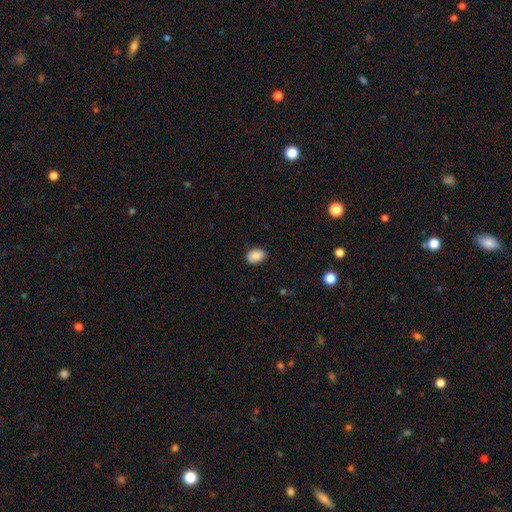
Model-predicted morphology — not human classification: The model was most divided on "how rounded": in between: 81%, round: 18%, cigar-shaped: 1%. More confident: smooth or featured — smooth (88%); merging — none (87%).